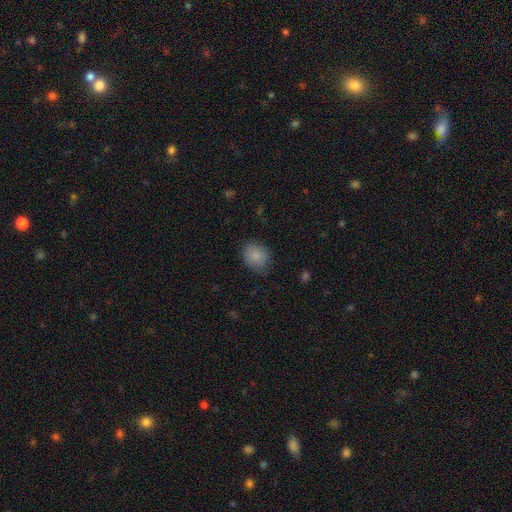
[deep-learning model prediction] The model was most divided on "how rounded": round: 56%, in between: 43%, cigar-shaped: 1%. More confident: smooth or featured — smooth (85%); merging — none (71%).